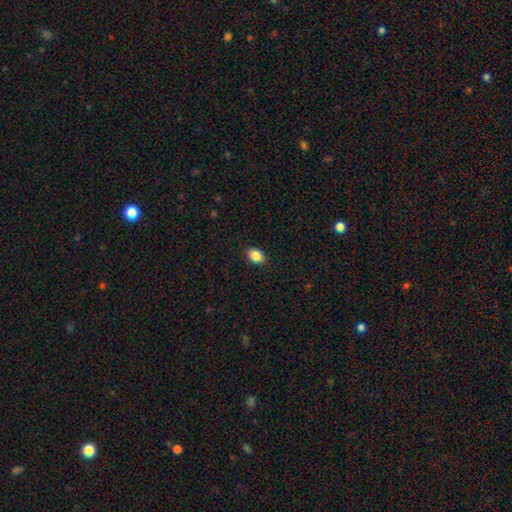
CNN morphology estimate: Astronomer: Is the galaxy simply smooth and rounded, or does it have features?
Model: smooth — 86%.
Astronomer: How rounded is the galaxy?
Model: in between — 70%.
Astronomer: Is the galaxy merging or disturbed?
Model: none — 89%.